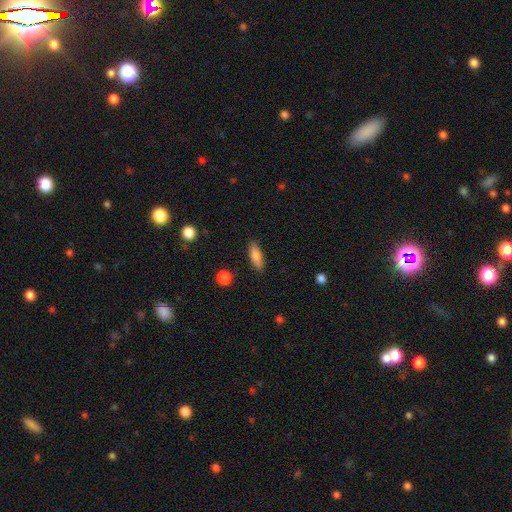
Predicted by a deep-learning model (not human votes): A smooth galaxy with no disk features (81%) that is in between round and cigar-shaped (61%). Merging: none (86%).